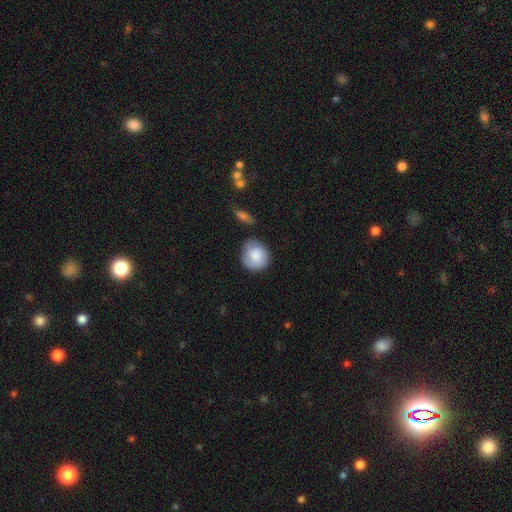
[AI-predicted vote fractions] Smooth or featured?
  - smooth: 69% *
  - featured or disk: 24%
  - star or artifact: 7%
How rounded?
  - round: 80% *
  - in between: 19%
  - cigar-shaped: 1%
Merging?
  - none: 60% *
  - minor disturbance: 27%
  - major disturbance: 8%
  - merger: 5%